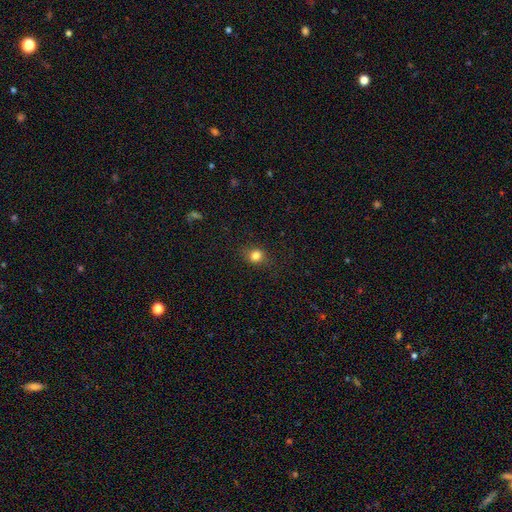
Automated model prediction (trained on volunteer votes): Smooth or featured?
  - smooth: 81% *
  - star or artifact: 13%
  - featured or disk: 7%
How rounded?
  - round: 72% *
  - in between: 27%
  - cigar-shaped: 1%
Merging?
  - none: 81% *
  - minor disturbance: 13%
  - major disturbance: 4%
  - merger: 1%